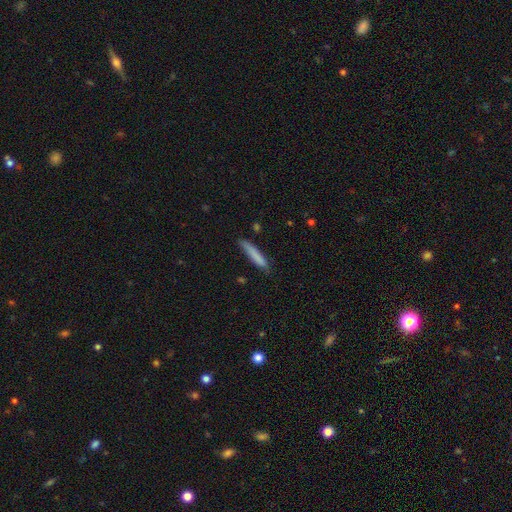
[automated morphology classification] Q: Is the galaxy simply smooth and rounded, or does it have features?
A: smooth — 80%.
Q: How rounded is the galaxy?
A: cigar-shaped — 91%.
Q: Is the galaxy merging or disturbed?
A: none — 75%.